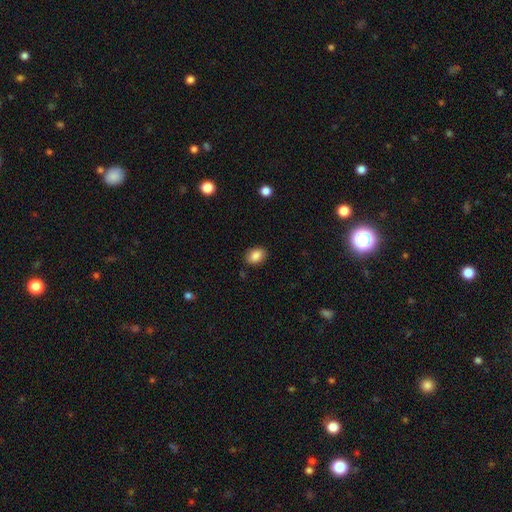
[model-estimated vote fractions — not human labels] The model was most divided on "how rounded": in between: 74%, round: 25%, cigar-shaped: 1%. More confident: smooth or featured — smooth (87%); merging — none (85%).